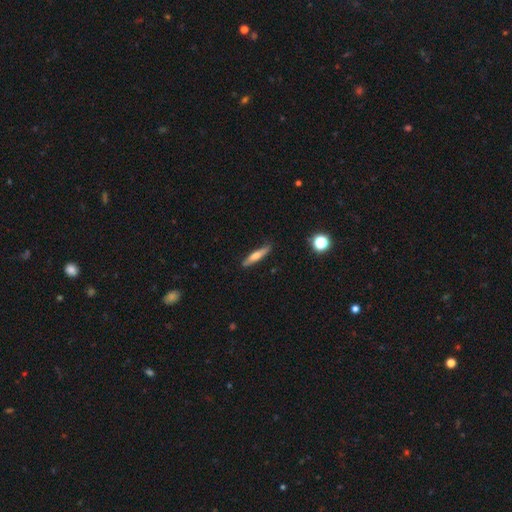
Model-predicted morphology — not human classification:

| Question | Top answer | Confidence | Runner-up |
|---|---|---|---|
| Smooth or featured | smooth | 53% | featured or disk (41%) |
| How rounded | cigar-shaped | 88% | in between (10%) |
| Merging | none | 86% | minor disturbance (11%) |